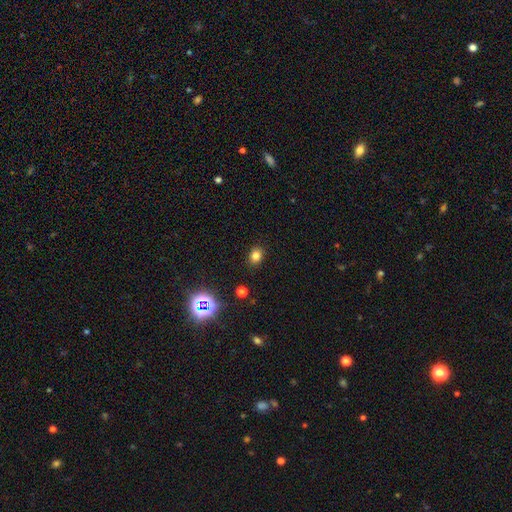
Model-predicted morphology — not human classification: The model was most divided on "how rounded": in between: 56%, round: 43%, cigar-shaped: 1%. More confident: merging — none (88%); smooth or featured — smooth (79%).